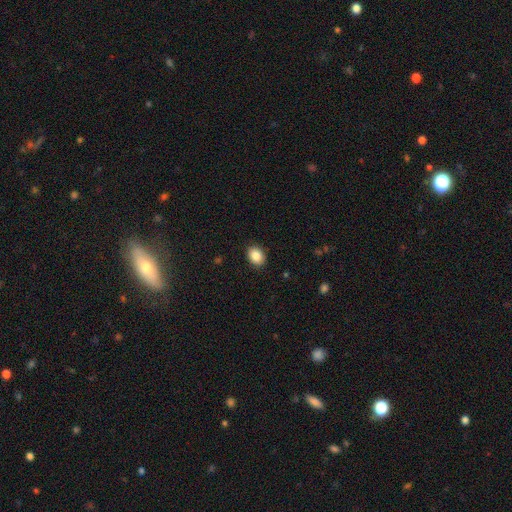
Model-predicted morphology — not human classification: Smooth or featured?
  - smooth: 87% *
  - star or artifact: 8%
  - featured or disk: 5%
How rounded?
  - in between: 65% *
  - round: 34%
  - cigar-shaped: 1%
Merging?
  - none: 90% *
  - minor disturbance: 7%
  - major disturbance: 2%
  - merger: 1%